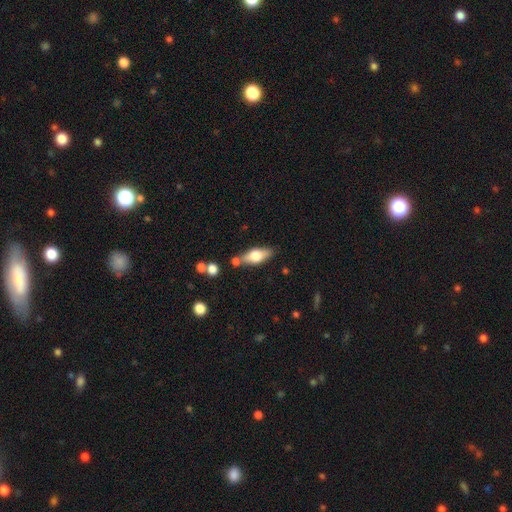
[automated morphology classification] Smooth or featured? Predicted: smooth (p=0.60). How rounded? Predicted: in between (p=0.74). Merging? Predicted: none (p=0.71).